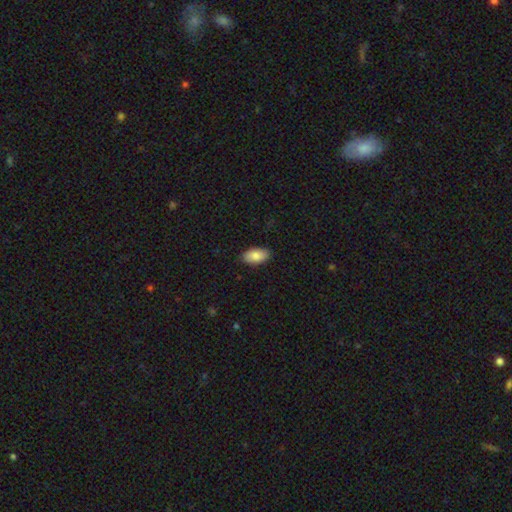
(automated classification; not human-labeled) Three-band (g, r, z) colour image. It shows a smooth galaxy with no disk features (85%) that is in between round and cigar-shaped (95%). Merging: none (88%).